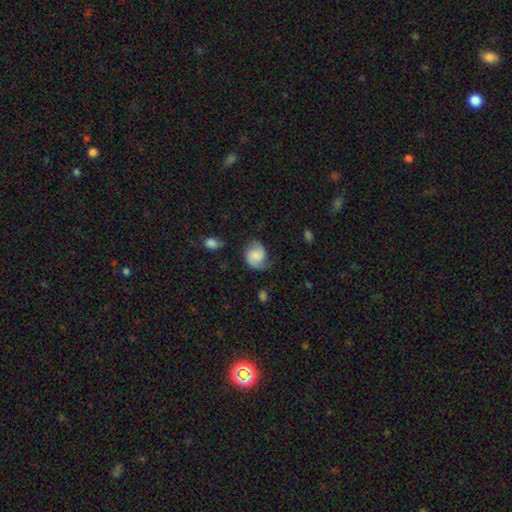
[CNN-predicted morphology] smooth-or-featured: smooth: 52% | featured or disk: 40% | star or artifact: 8%
  how-rounded: round: 62% | in between: 37% | cigar-shaped: 1%
  merging: none: 60% | minor disturbance: 28% | major disturbance: 11% | merger: 2%